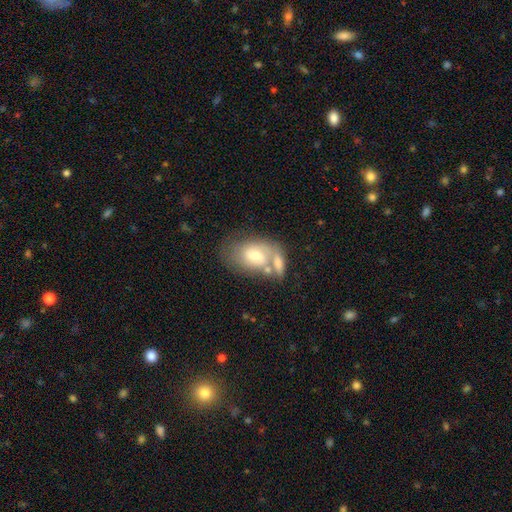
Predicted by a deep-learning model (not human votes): smooth-or-featured: smooth: 52% | featured or disk: 40% | star or artifact: 7%
  how-rounded: in between: 84% | round: 15% | cigar-shaped: 2%
  merging: merger: 43% | none: 32% | minor disturbance: 16% | major disturbance: 9%